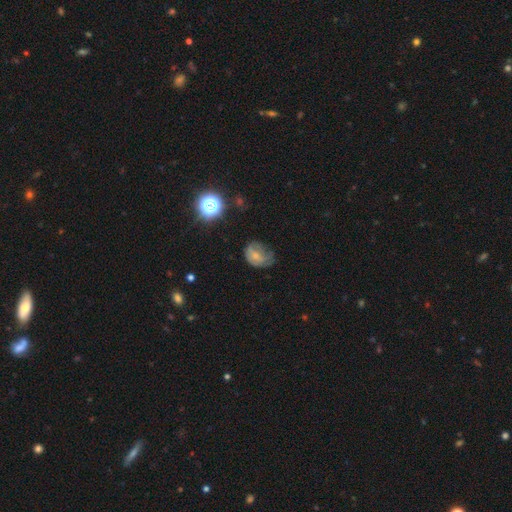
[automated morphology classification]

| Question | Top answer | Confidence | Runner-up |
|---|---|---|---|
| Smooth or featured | smooth | 51% | featured or disk (36%) |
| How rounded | in between | 56% | round (43%) |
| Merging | none | 35% | tied: minor disturbance (35%) |